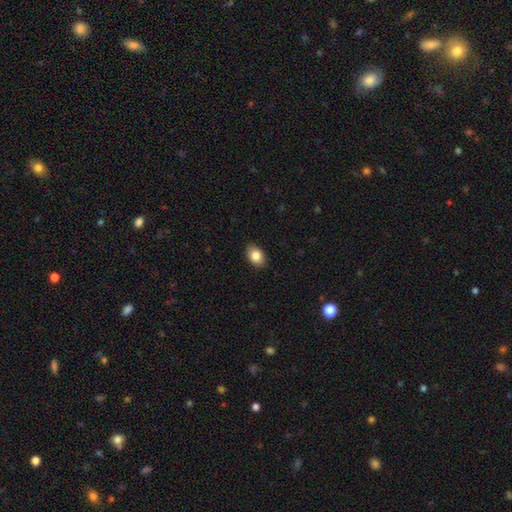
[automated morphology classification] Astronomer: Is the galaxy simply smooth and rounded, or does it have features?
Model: smooth — 84%.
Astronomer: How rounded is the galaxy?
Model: in between — 79%.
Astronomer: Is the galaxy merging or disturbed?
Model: none — 89%.